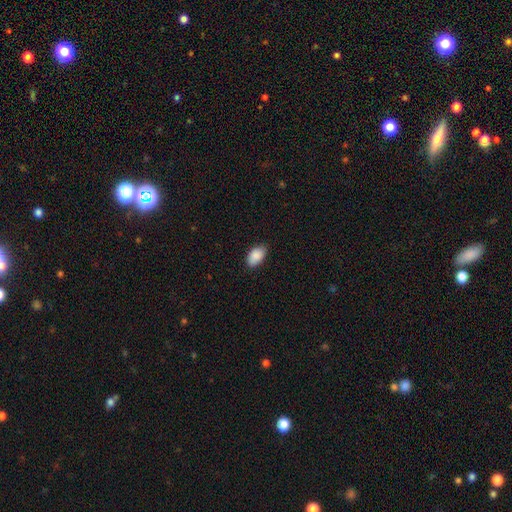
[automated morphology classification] The model was most divided on "merging": none: 82%, minor disturbance: 15%, major disturbance: 2%, merger: 1%. More confident: how rounded — in between (93%); smooth or featured — smooth (89%).